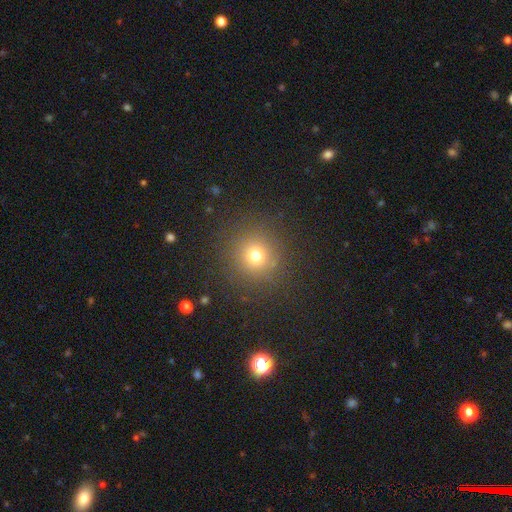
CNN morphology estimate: Q: Smooth or featured?
A: smooth (72%); runner-up: star or artifact (19%)
Q: How rounded?
A: round (93%); runner-up: in between (6%)
Q: Merging?
A: none (87%); runner-up: minor disturbance (8%)